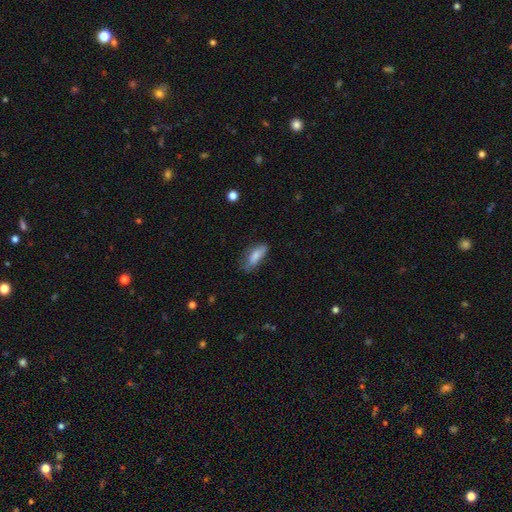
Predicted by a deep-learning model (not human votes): Smooth or featured: smooth — 79% (featured or disk — 14%)
How rounded: in between — 66% (cigar-shaped — 32%)
Merging: none — 59% (minor disturbance — 29%)